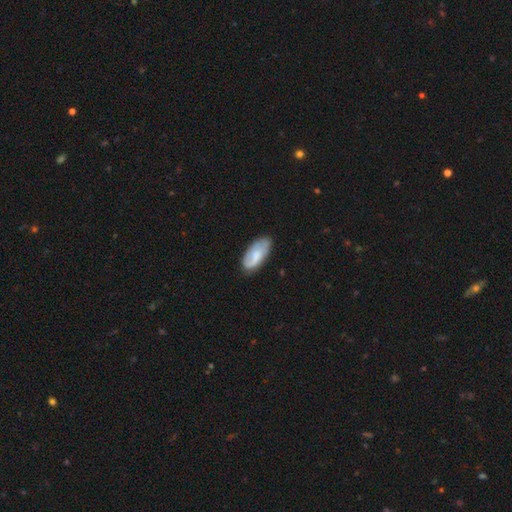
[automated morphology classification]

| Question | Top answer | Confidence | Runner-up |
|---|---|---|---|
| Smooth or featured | smooth | 54% | featured or disk (40%) |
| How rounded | in between | 90% | cigar-shaped (7%) |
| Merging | none | 67% | minor disturbance (24%) |